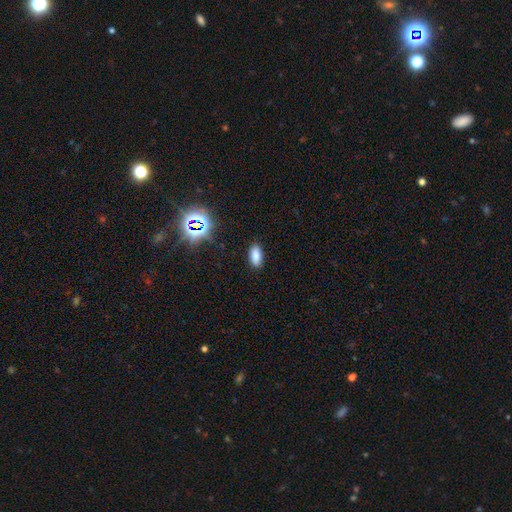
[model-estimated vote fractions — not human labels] This appears to be a smooth galaxy with no disk features (77%) that is in between round and cigar-shaped (88%). Merging: none (88%).